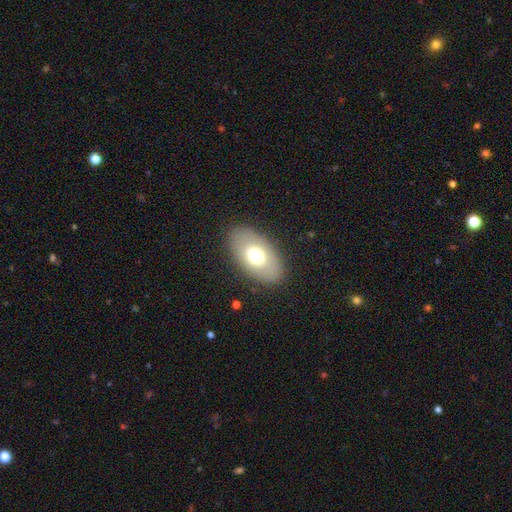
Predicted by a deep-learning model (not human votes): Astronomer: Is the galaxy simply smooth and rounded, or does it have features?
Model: smooth — 64%.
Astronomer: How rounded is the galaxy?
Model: in between — 90%.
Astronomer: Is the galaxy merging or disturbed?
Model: none — 85%.